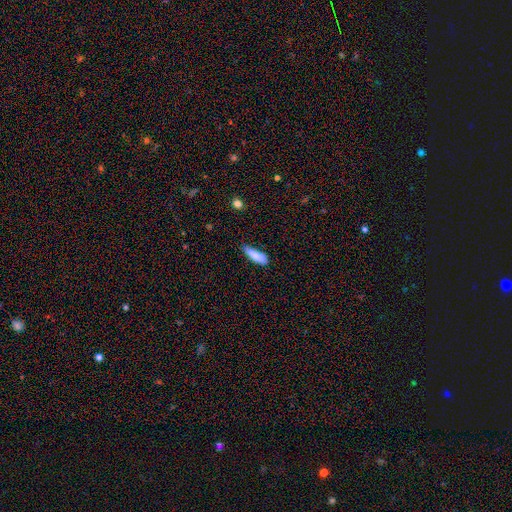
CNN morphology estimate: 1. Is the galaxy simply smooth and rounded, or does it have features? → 83% smooth, 10% featured or disk, 7% star or artifact.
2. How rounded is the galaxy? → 49% cigar-shaped (tied), 49% in between (tied), 2% round.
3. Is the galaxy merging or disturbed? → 53% none, 35% minor disturbance, 8% major disturbance, 3% merger.